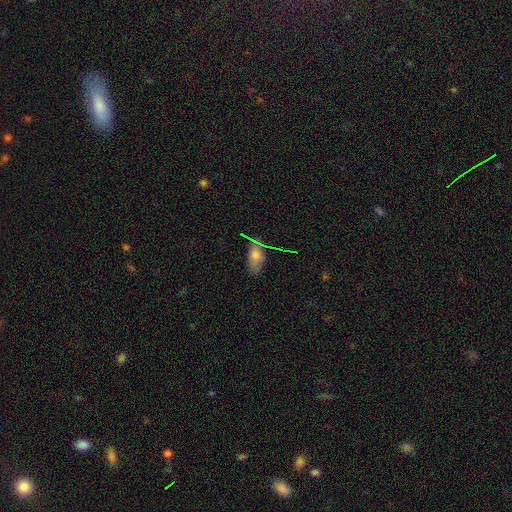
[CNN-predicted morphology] Overall: smooth (66%). How rounded: in between (87%). Merging: none (63%; minor disturbance 23%).